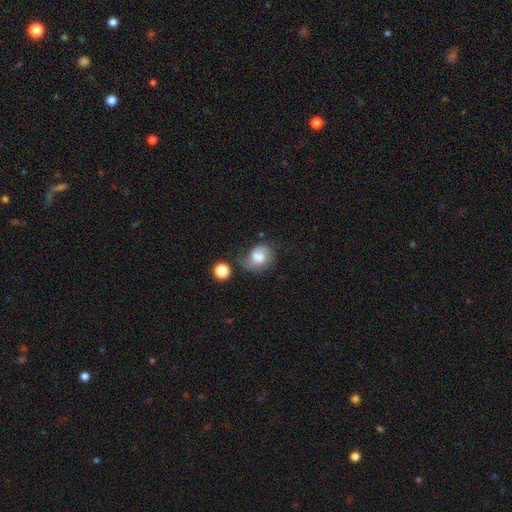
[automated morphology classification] Smooth or featured?
  - smooth: 65% *
  - featured or disk: 25%
  - star or artifact: 10%
How rounded?
  - round: 56% *
  - in between: 43%
  - cigar-shaped: 1%
Merging?
  - none: 36% *
  - minor disturbance: 30%
  - major disturbance: 22%
  - merger: 12%